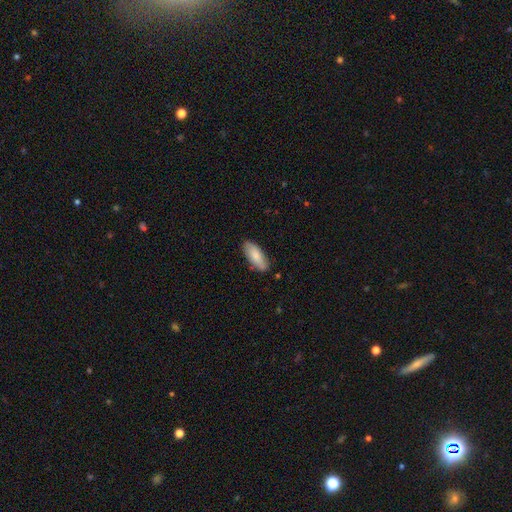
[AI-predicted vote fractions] The model was most divided on "how rounded": in between: 81%, cigar-shaped: 18%, round: 2%. More confident: merging — none (82%); smooth or featured — smooth (81%).